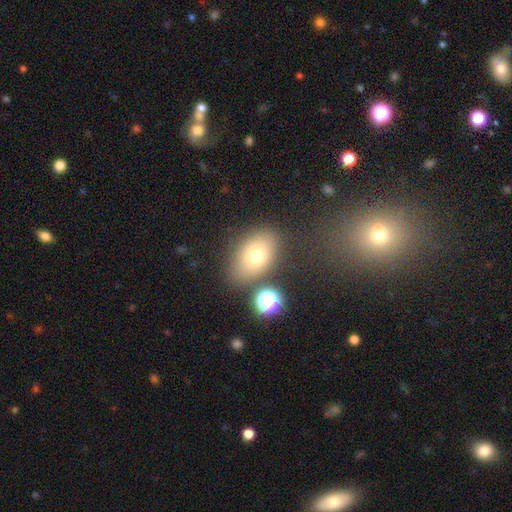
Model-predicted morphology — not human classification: A smooth galaxy with no disk features (73%) that is in between round and cigar-shaped (82%).

Vote fractions:
- Smooth or featured? smooth: 73% / featured or disk: 15% / star or artifact: 12%
- How rounded? in between: 82% / round: 17% / cigar-shaped: 1%
- Merging? none: 76% / minor disturbance: 13% / merger: 7% / major disturbance: 4%